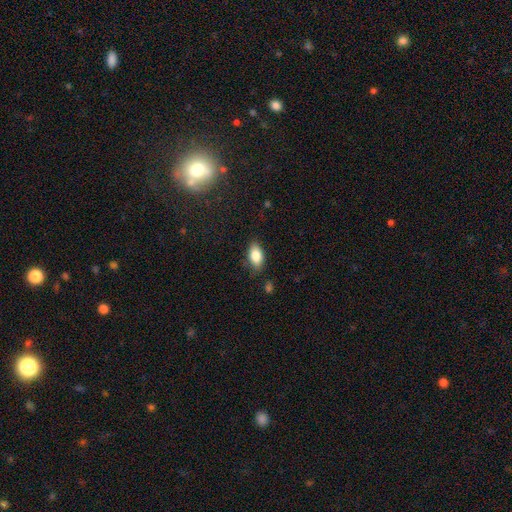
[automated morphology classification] smooth-or-featured: smooth: 82% | featured or disk: 10% | star or artifact: 8%
  how-rounded: in between: 89% | round: 6% | cigar-shaped: 5%
  merging: none: 80% | minor disturbance: 16% | major disturbance: 3% | merger: 2%